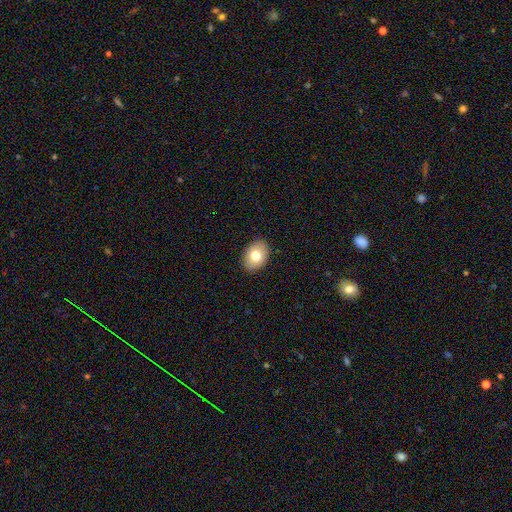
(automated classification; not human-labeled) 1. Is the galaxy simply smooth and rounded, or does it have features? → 77% smooth, 15% featured or disk, 8% star or artifact.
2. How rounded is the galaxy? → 78% in between, 22% round, 1% cigar-shaped.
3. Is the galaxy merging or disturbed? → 89% none, 8% minor disturbance, 2% major disturbance, 1% merger.